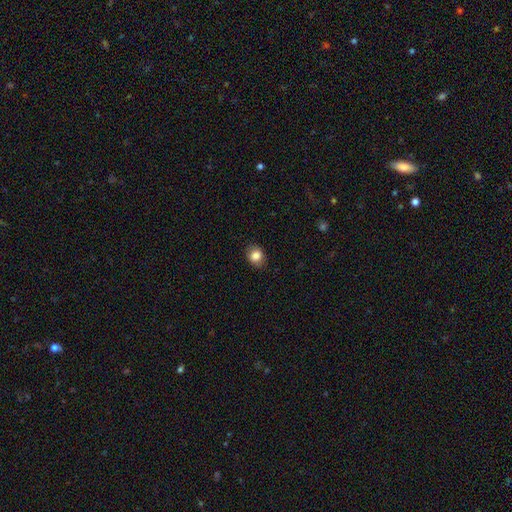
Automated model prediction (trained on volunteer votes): A smooth galaxy with no disk features (84%) that is round (59%).

Vote fractions:
- Smooth or featured? smooth: 84% / star or artifact: 9% / featured or disk: 7%
- How rounded? round: 59% / in between: 40% / cigar-shaped: 1%
- Merging? none: 84% / minor disturbance: 12% / major disturbance: 3% / merger: 1%